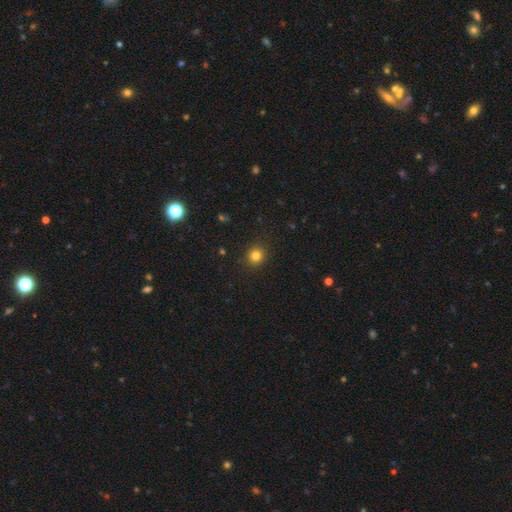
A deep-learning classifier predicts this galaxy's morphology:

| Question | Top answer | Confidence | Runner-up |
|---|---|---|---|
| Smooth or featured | smooth | 82% | star or artifact (13%) |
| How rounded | round | 87% | in between (12%) |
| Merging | none | 90% | minor disturbance (7%) |